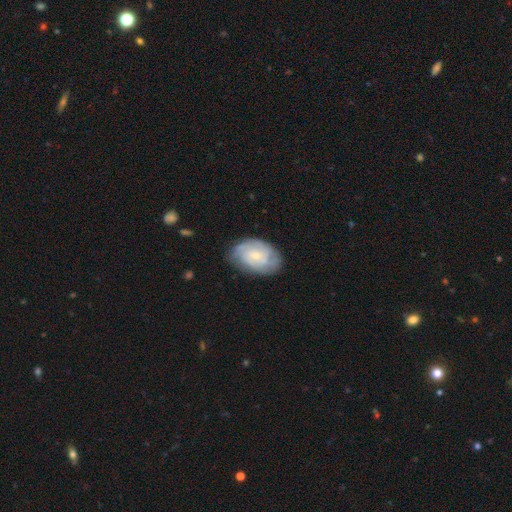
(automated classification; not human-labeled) smooth-or-featured: featured or disk: 63% | smooth: 31% | star or artifact: 6%
  disk-edge-on: no: 97% | yes: 3%
    bar: no: 66% | weak: 29% | strong: 4%
    has-spiral-arms: yes: 86% | no: 14%
      spiral-winding: tight: 58% | medium: 32% | loose: 10%
      spiral-arm-count: can't tell: 44% | 2: 25% | 3: 16% | 4: 7% | 1: 4% | more than 4: 4%
    bulge-size: small: 70% | moderate: 24% | none: 3% | large: 1% | dominant: 1%
  merging: none: 74% | minor disturbance: 20% | major disturbance: 5% | merger: 1%